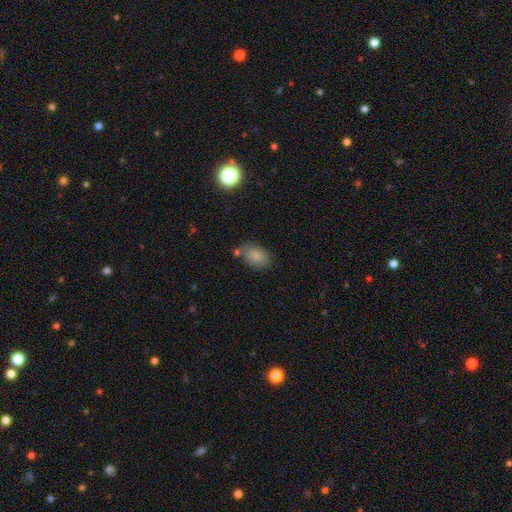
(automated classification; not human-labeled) This appears to be a smooth galaxy with no disk features (83%) that is in between round and cigar-shaped (81%). Merging: none (66%).